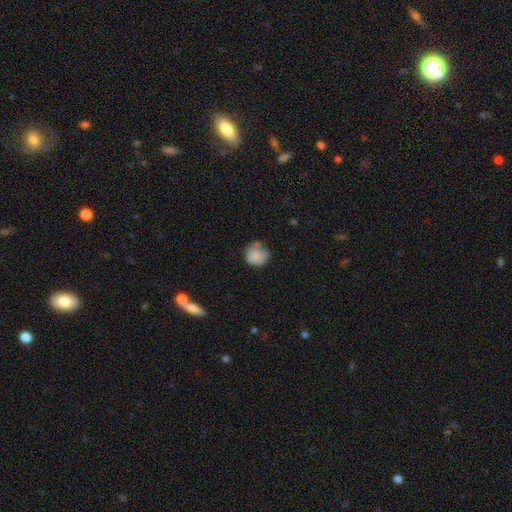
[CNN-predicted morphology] smooth-or-featured: smooth: 79% | featured or disk: 13% | star or artifact: 9%
  how-rounded: round: 83% | in between: 16% | cigar-shaped: 1%
  merging: none: 56% | minor disturbance: 28% | major disturbance: 9% | merger: 7%